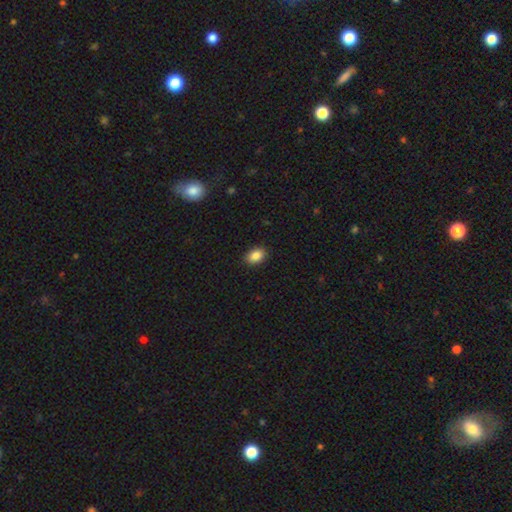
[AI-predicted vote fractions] smooth-or-featured: smooth: 87% | star or artifact: 8% | featured or disk: 4%
  how-rounded: in between: 83% | round: 15% | cigar-shaped: 1%
  merging: none: 90% | minor disturbance: 8% | major disturbance: 2% | merger: 1%